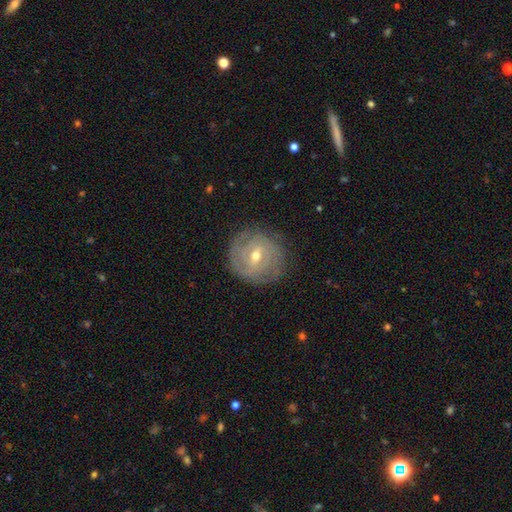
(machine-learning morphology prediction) This is likely a featured or disk galaxy (79%). It is clearly not viewed edge-on (96%). Bar: possibly weak (55%). Spiral arm pattern: clearly yes (90%). Spiral arm count: marginally can't tell (41%). Spiral winding: likely tight (74%). Central bulge: possibly moderate (60%). Merging: clearly none (82%).